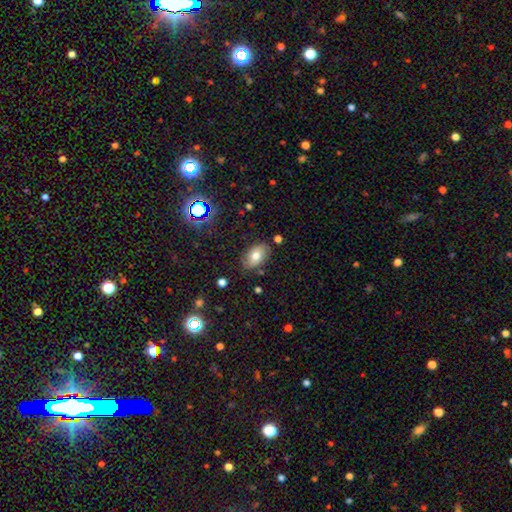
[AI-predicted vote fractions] Smooth or featured? Predicted: smooth (p=0.68). How rounded? Predicted: in between (p=0.90). Merging? Predicted: none (p=0.80).